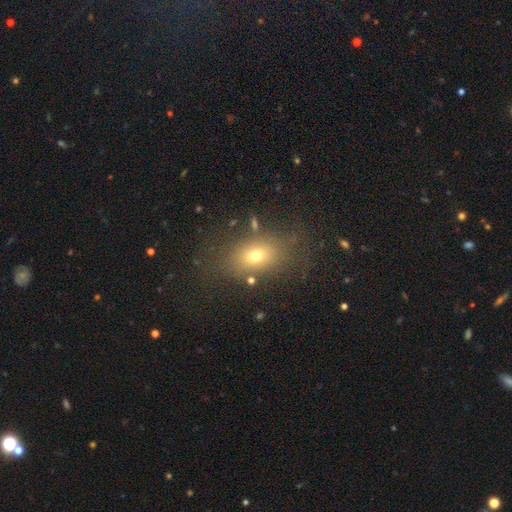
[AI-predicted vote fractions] This is likely a smooth galaxy (68%). How rounded: likely in between (73%). Merging: likely none (76%).